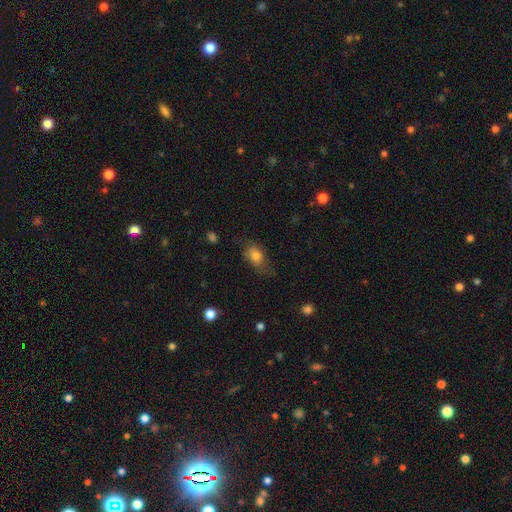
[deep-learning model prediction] smooth-or-featured: smooth: 75% | featured or disk: 16% | star or artifact: 9%
  how-rounded: in between: 81% | round: 16% | cigar-shaped: 3%
  merging: none: 59% | minor disturbance: 26% | major disturbance: 13% | merger: 2%